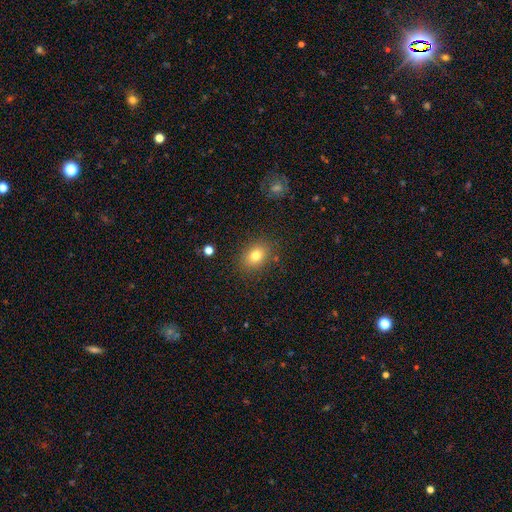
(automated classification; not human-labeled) Q: Smooth or featured?
A: smooth (79%); runner-up: star or artifact (12%)
Q: How rounded?
A: in between (62%); runner-up: round (37%)
Q: Merging?
A: none (84%); runner-up: minor disturbance (10%)